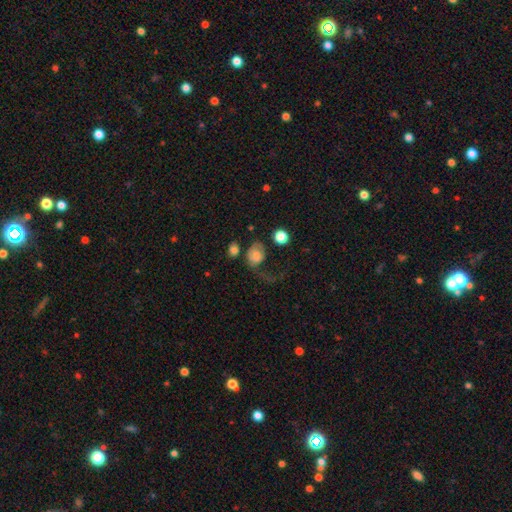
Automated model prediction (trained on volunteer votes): smooth 72%, featured or disk 18%, star or artifact 10%. Down the decision tree: how rounded — in between (54%); merging — major disturbance (36%).